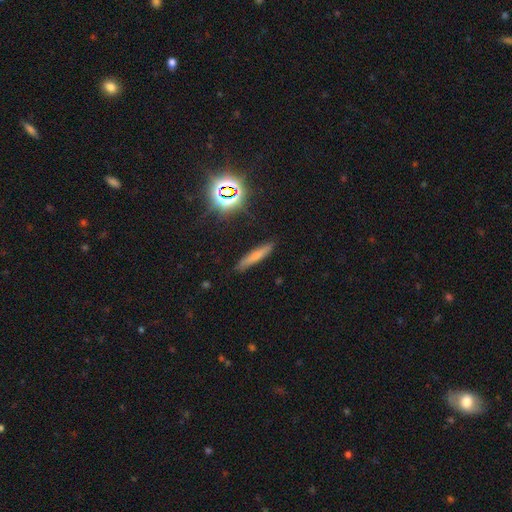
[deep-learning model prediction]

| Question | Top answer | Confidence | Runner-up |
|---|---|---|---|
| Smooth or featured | smooth | 64% | featured or disk (21%) |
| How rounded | cigar-shaped | 88% | in between (9%) |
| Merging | none | 87% | minor disturbance (9%) |